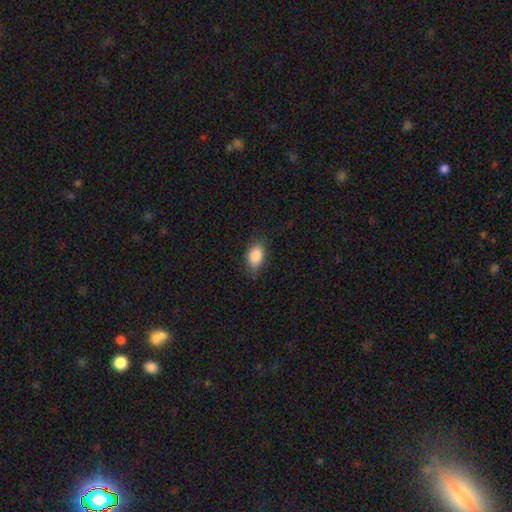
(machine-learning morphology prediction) Smooth or featured? Predicted: smooth (p=0.87). How rounded? Predicted: in between (p=0.89). Merging? Predicted: none (p=0.74).